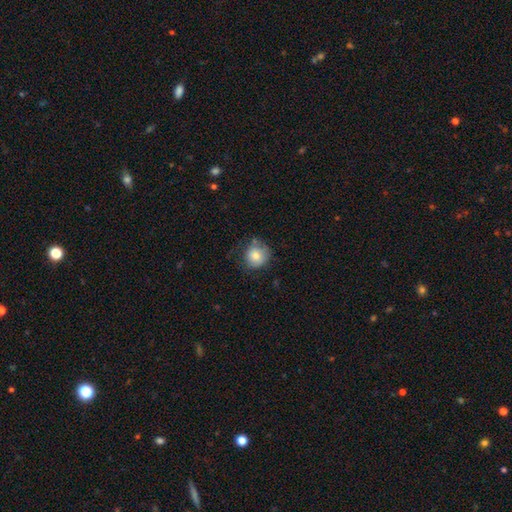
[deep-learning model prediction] Morphology: type=smooth (77%); roundness=round (85%); merging=none (62%).